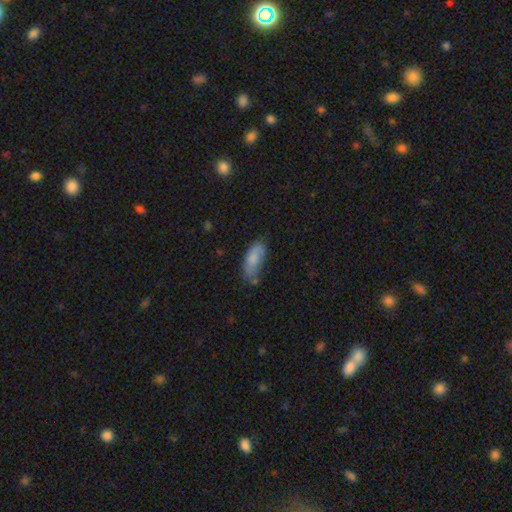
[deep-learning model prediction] smooth 77%, featured or disk 14%, star or artifact 9%. Down the decision tree: how rounded — in between (76%); merging — none (51%).